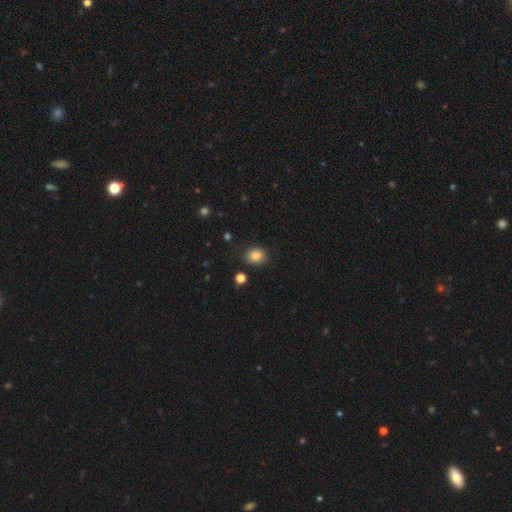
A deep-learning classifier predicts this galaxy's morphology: This appears to be a smooth galaxy with no disk features (83%) that is round (60%). Merging: none (87%).